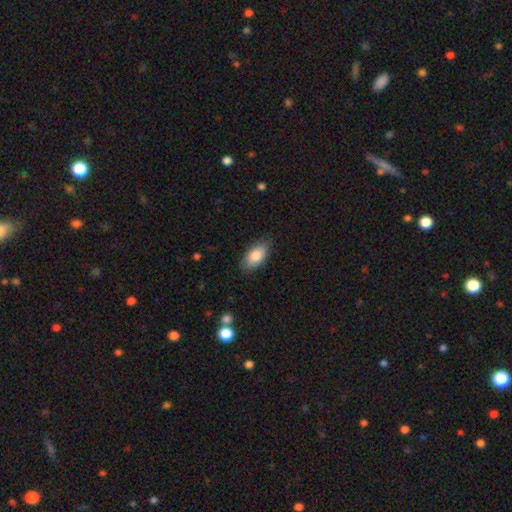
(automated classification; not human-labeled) A smooth galaxy with no disk features (83%) that is in between round and cigar-shaped (92%). Merging: none (82%).